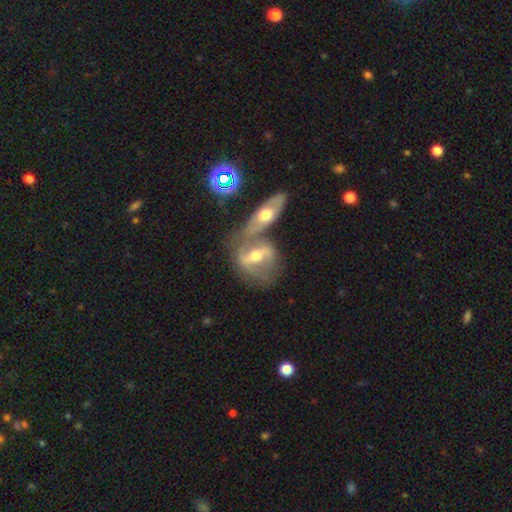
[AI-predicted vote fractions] Smooth or featured? featured or disk (71%)
Edge-on disk? no (85%)
Bar? strong (48%)
Spiral arms? yes (66%)
Bulge size? moderate (72%)
Merging? merger (46%)